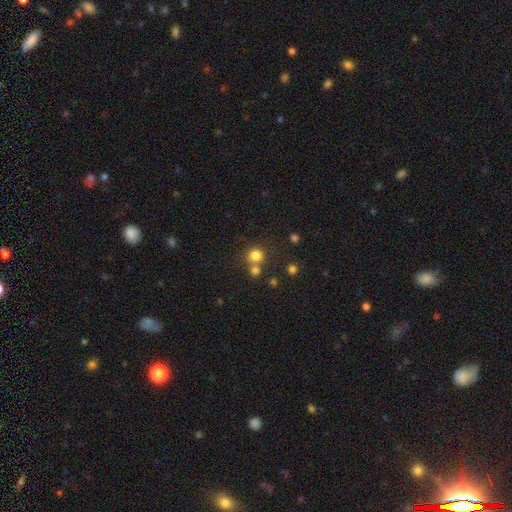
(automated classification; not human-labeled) smooth-or-featured: smooth: 80% | star or artifact: 14% | featured or disk: 6%
  how-rounded: round: 90% | in between: 10% | cigar-shaped: 1%
  merging: none: 62% | merger: 27% | minor disturbance: 8% | major disturbance: 3%